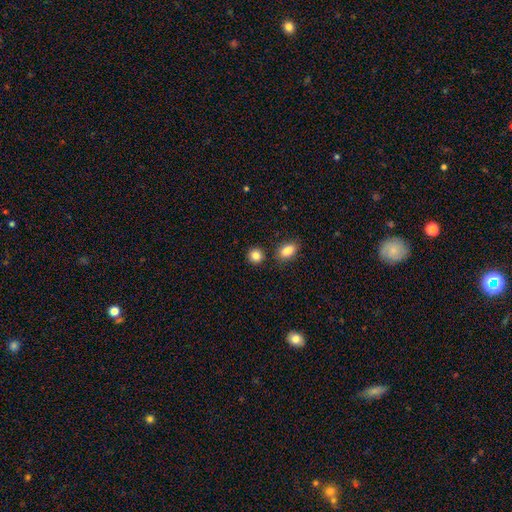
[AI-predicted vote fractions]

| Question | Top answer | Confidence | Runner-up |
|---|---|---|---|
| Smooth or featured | smooth | 85% | star or artifact (10%) |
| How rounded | round | 86% | in between (13%) |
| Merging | none | 83% | minor disturbance (8%) |